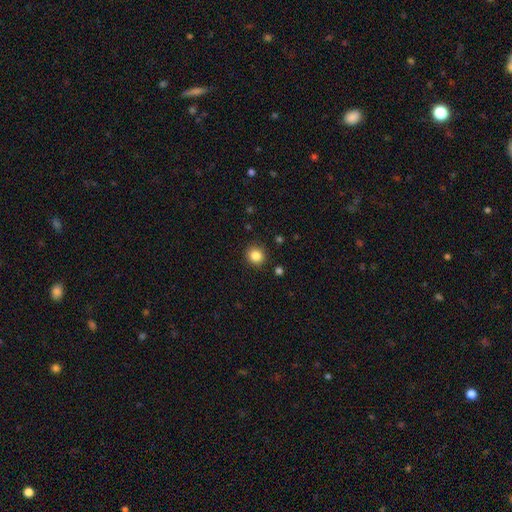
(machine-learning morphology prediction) A smooth galaxy with no disk features (85%) that is round (88%).

Vote fractions:
- Smooth or featured? smooth: 85% / star or artifact: 11% / featured or disk: 5%
- How rounded? round: 88% / in between: 11% / cigar-shaped: 1%
- Merging? none: 89% / minor disturbance: 7% / major disturbance: 2% / merger: 2%